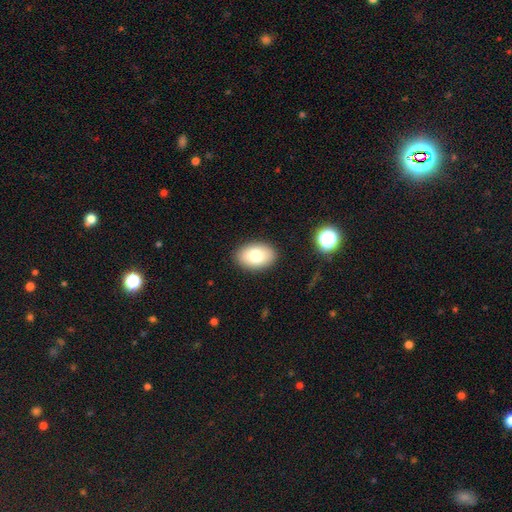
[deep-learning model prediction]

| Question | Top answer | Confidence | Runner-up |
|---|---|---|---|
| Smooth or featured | smooth | 78% | featured or disk (14%) |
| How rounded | in between | 88% | round (11%) |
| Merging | none | 88% | minor disturbance (8%) |